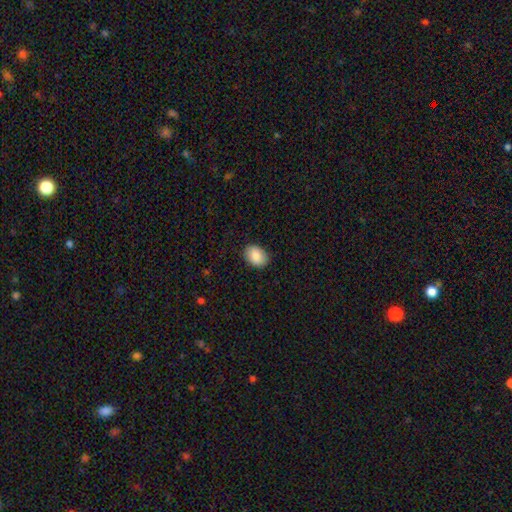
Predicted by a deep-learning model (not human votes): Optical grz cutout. It shows a smooth galaxy with no disk features (87%) that is in between round and cigar-shaped (75%). Merging: none (87%).